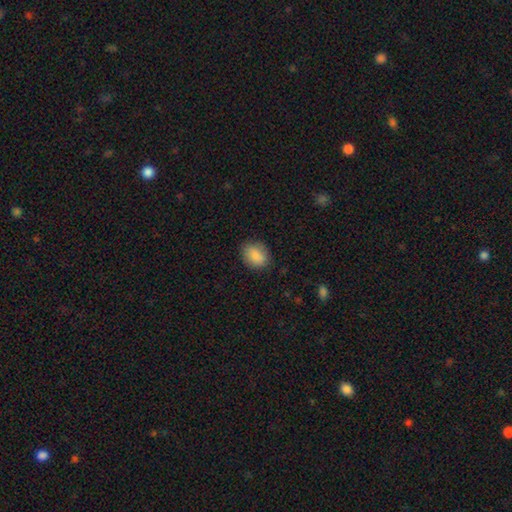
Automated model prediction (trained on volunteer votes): A smooth galaxy with no disk features (87%) that is in between round and cigar-shaped (63%).

Vote fractions:
- Smooth or featured? smooth: 87% / star or artifact: 7% / featured or disk: 5%
- How rounded? in between: 63% / round: 36% / cigar-shaped: 1%
- Merging? none: 83% / minor disturbance: 13% / major disturbance: 3% / merger: 1%